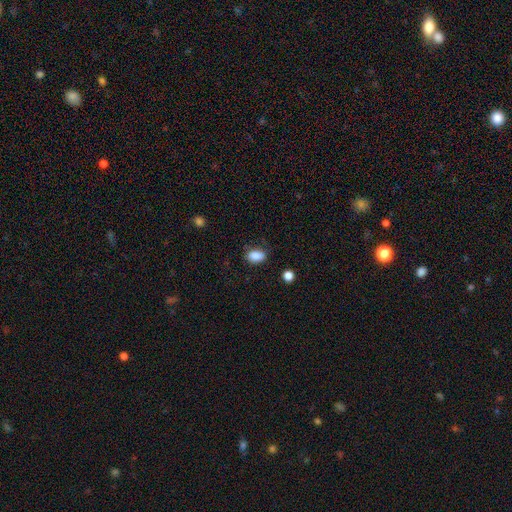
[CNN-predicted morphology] A smooth galaxy with no disk features (87%) that is in between round and cigar-shaped (86%). Merging: none (75%).